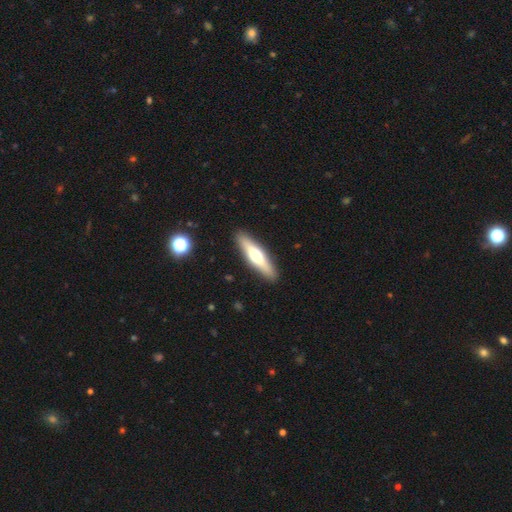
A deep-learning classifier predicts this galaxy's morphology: The model was most divided on "smooth or featured": smooth: 51%, featured or disk: 43%, star or artifact: 5%. More confident: merging — none (90%); how rounded — cigar-shaped (78%).